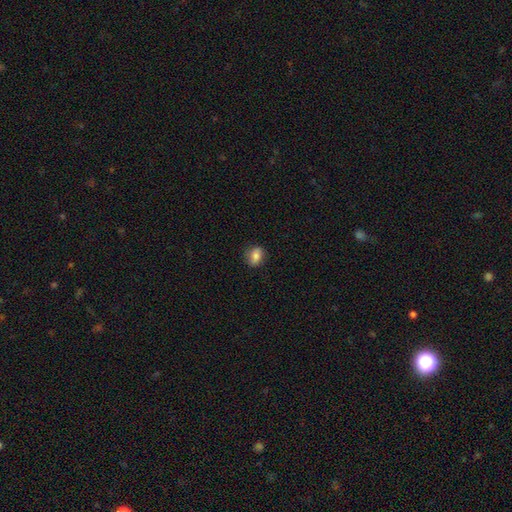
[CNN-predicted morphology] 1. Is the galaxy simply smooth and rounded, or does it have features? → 75% smooth, 16% featured or disk, 9% star or artifact.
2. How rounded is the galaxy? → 59% in between, 39% round, 2% cigar-shaped.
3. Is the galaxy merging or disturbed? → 80% none, 15% minor disturbance, 3% major disturbance, 1% merger.